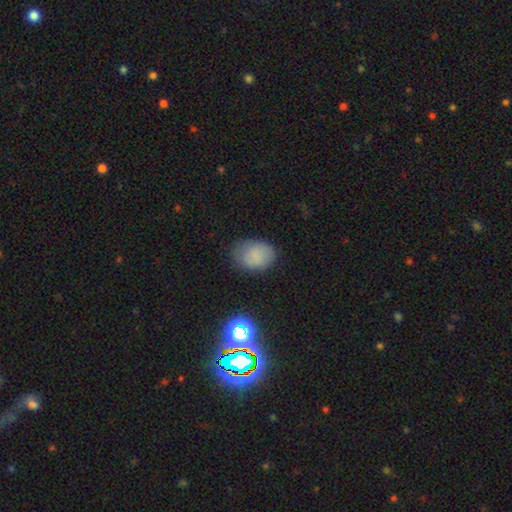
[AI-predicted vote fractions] Q: Smooth or featured?
A: smooth (80%); runner-up: star or artifact (12%)
Q: How rounded?
A: in between (71%); runner-up: round (28%)
Q: Merging?
A: none (71%); runner-up: minor disturbance (21%)